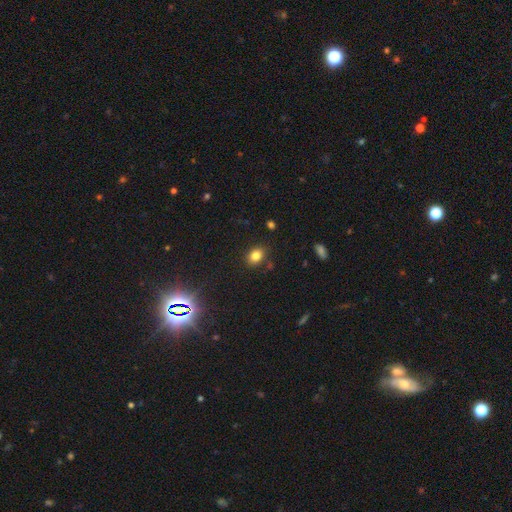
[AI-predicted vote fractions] Morphology: type=smooth (81%); roundness=in between (66%); merging=none (83%).